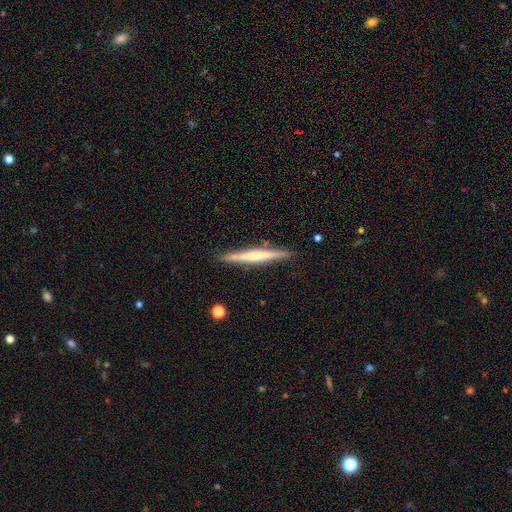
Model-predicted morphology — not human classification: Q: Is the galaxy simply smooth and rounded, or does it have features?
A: featured or disk — 58%.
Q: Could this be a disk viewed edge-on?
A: yes — 98%.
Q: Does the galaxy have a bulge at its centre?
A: none — 45%.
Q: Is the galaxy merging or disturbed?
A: none — 89%.